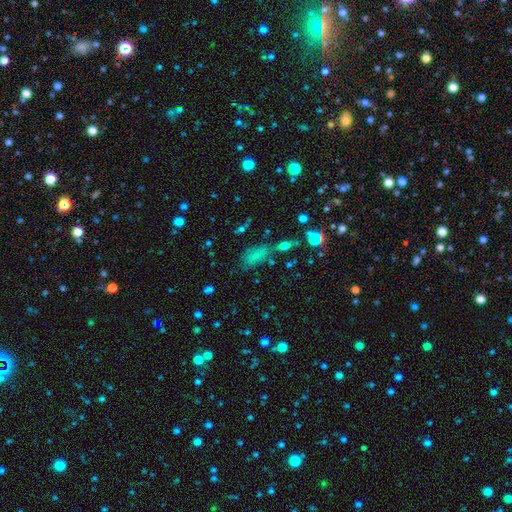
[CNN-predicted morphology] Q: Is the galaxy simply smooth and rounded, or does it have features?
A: smooth — 68%.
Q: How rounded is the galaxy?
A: in between — 82%.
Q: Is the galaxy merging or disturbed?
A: none — 50%.